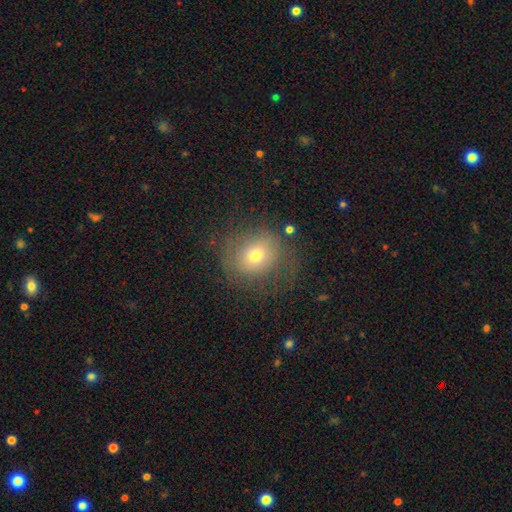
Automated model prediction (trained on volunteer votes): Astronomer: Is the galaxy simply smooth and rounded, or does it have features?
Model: smooth — 64%.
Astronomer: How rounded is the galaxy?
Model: round — 77%.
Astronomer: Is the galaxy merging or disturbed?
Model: none — 65%.